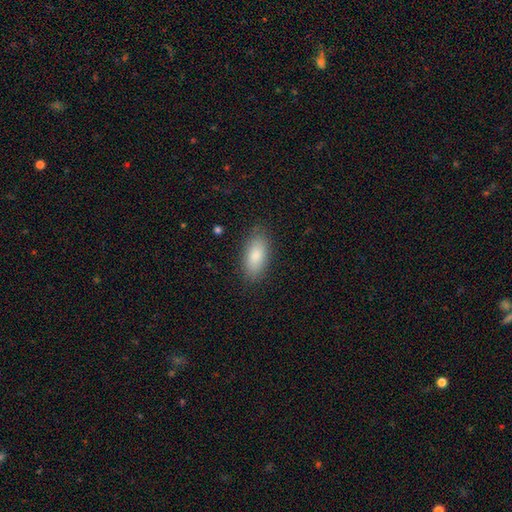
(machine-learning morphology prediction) Smooth or featured? smooth (85%)
How rounded? in between (89%)
Merging? none (83%)